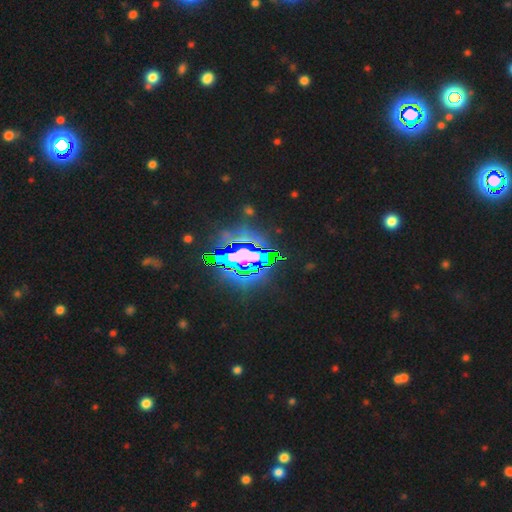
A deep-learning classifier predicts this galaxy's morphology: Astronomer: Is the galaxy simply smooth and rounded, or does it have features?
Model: star or artifact — 79%.